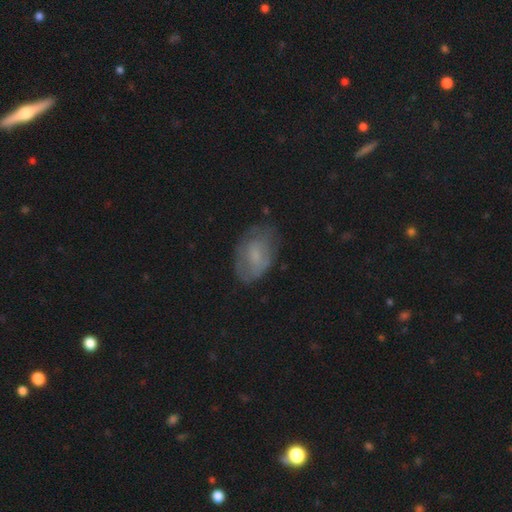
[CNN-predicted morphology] Q: Smooth or featured?
A: smooth (52%); runner-up: featured or disk (38%)
Q: How rounded?
A: in between (87%); runner-up: round (11%)
Q: Merging?
A: none (64%); runner-up: minor disturbance (24%)